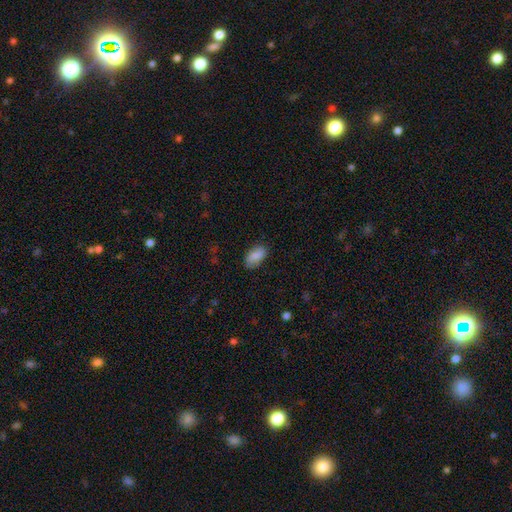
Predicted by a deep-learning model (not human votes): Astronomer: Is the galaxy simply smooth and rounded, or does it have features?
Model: smooth — 82%.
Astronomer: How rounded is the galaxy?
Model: in between — 93%.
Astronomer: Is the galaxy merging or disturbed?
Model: none — 78%.